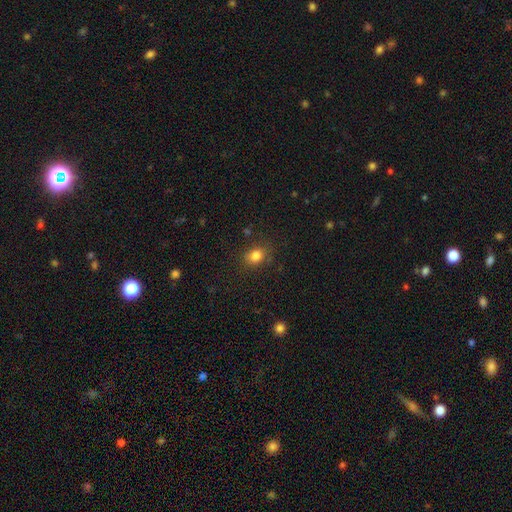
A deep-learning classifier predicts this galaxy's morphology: Overall: smooth (82%). How rounded: round (54%; in between 45%). Merging: none (82%).